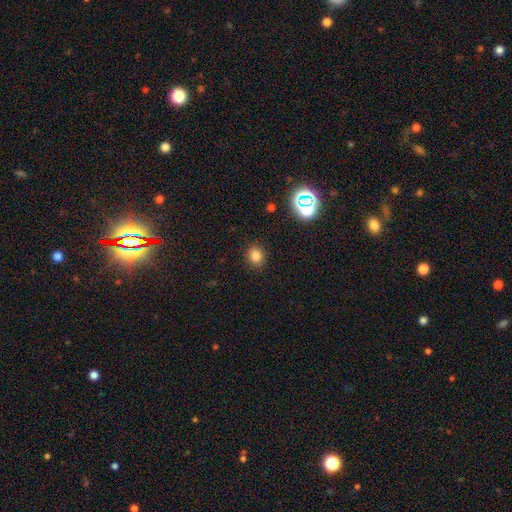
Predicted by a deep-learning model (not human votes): Smooth or featured? Predicted: smooth (p=0.80). How rounded? Predicted: round (p=0.73). Merging? Predicted: none (p=0.89).